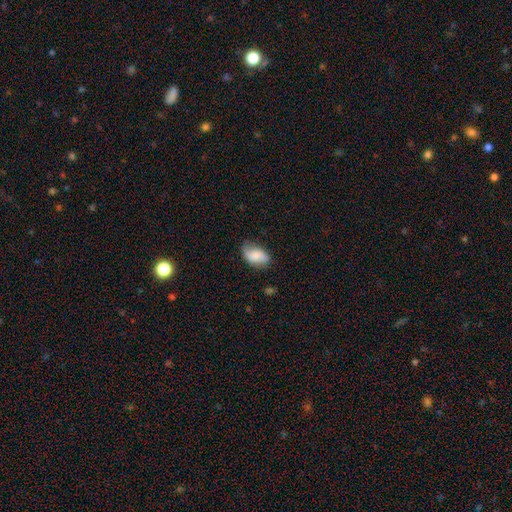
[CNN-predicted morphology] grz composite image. It shows a smooth galaxy with no disk features (68%) that is in between round and cigar-shaped (91%). Merging: none (65%).